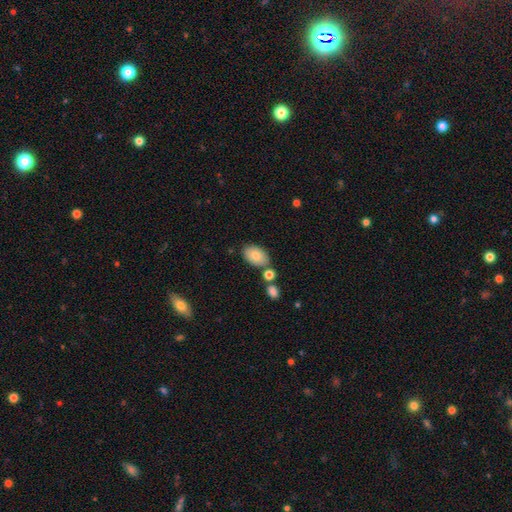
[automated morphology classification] A smooth galaxy with no disk features (80%) that is in between round and cigar-shaped (90%). Merging: none (71%).